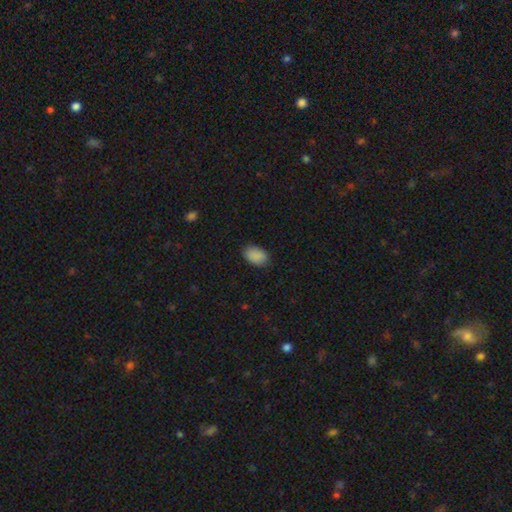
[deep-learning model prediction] smooth 89%, star or artifact 7%, featured or disk 3%. Down the decision tree: how rounded — in between (86%); merging — none (83%).